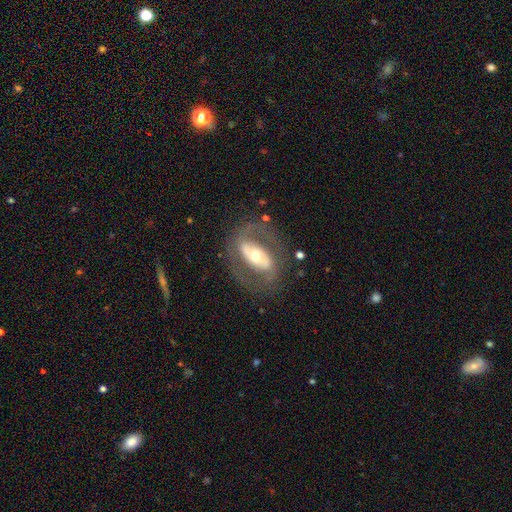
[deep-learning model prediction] smooth-or-featured: featured or disk: 77% | smooth: 17% | star or artifact: 6%
  disk-edge-on: no: 93% | yes: 7%
    bar: strong: 47% | no: 28% | weak: 25%
    has-spiral-arms: yes: 70% | no: 30%
    bulge-size: moderate: 65% | small: 19% | large: 13% | dominant: 2% | none: 1%
  merging: none: 74% | minor disturbance: 14% | major disturbance: 11% | merger: 2%